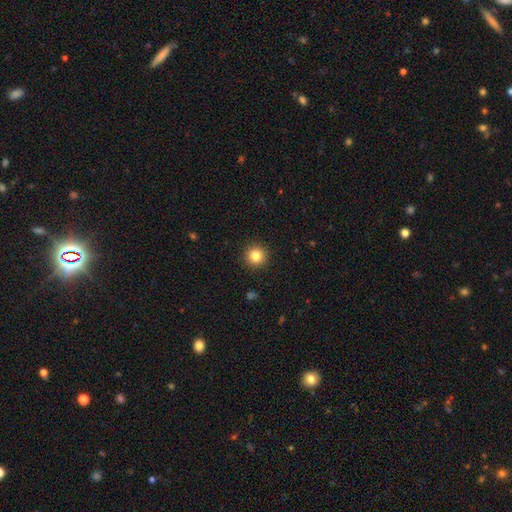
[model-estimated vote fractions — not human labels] Q: Smooth or featured?
A: smooth (83%); runner-up: star or artifact (11%)
Q: How rounded?
A: round (95%); runner-up: in between (4%)
Q: Merging?
A: none (92%); runner-up: minor disturbance (5%)